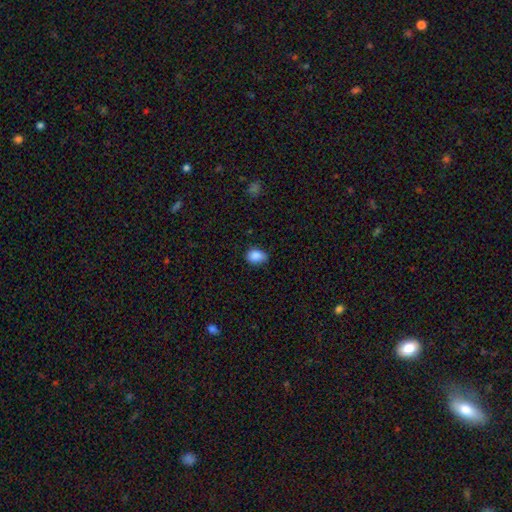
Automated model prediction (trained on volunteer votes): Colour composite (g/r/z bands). It shows a smooth galaxy with no disk features (87%) that is in between round and cigar-shaped (71%). Merging: none (67%).